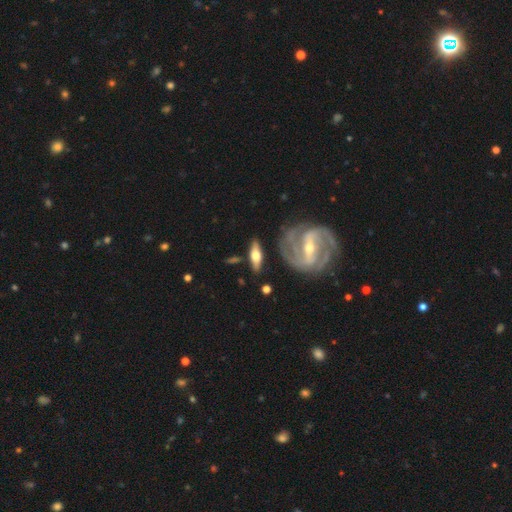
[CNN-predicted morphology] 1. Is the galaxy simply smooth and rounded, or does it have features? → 61% featured or disk, 34% smooth, 5% star or artifact.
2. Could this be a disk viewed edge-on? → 65% yes, 35% no.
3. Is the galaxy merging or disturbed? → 78% none, 14% minor disturbance, 4% major disturbance, 4% merger.